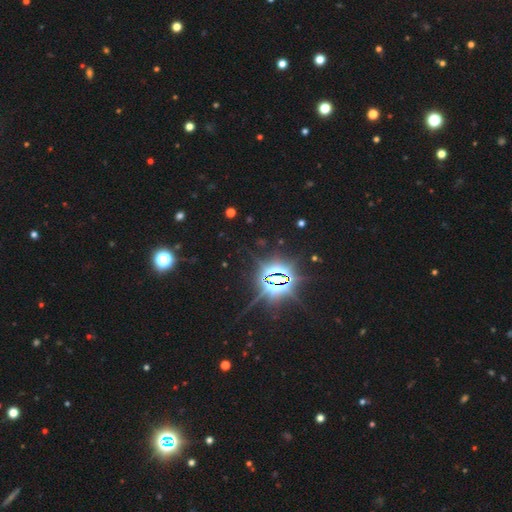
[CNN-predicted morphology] smooth_or_featured: star or artifact (p=0.84) [alt: smooth p=0.10]